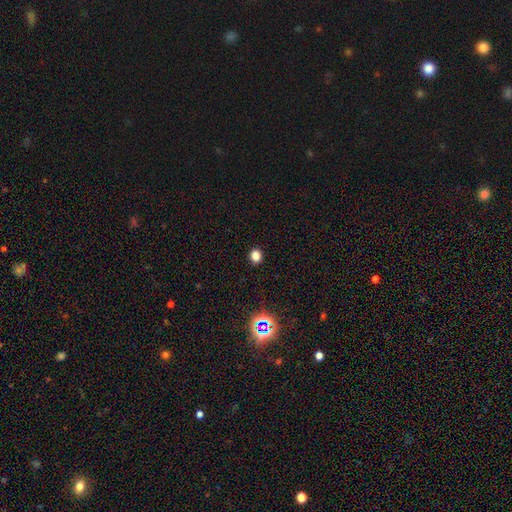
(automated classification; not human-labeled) This is likely a smooth galaxy (80%). How rounded: possibly round (55%). Merging: clearly none (90%).